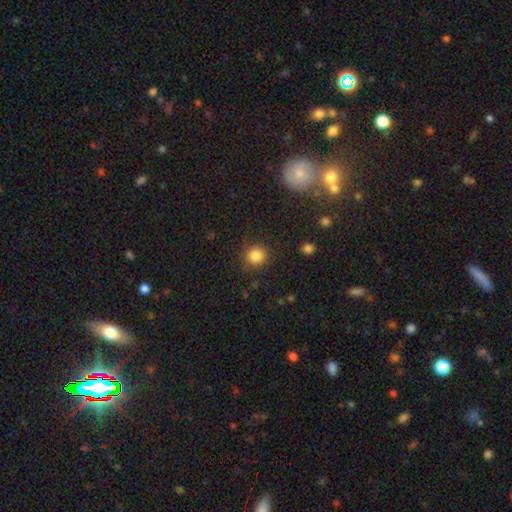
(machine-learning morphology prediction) Smooth or featured? smooth (84%)
How rounded? round (86%)
Merging? none (86%)